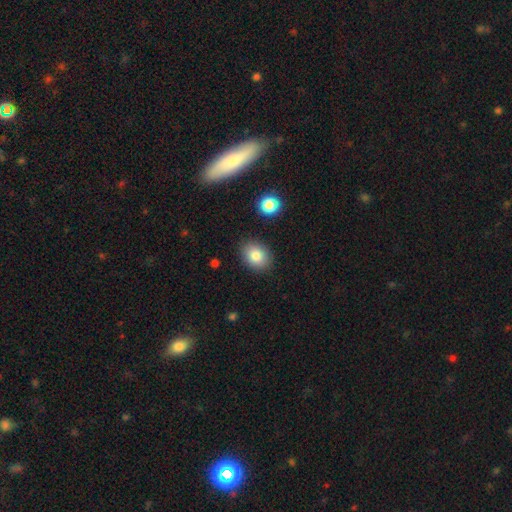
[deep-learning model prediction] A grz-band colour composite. It shows a smooth galaxy with no disk features (83%) that is in between round and cigar-shaped (56%). Merging: none (87%).